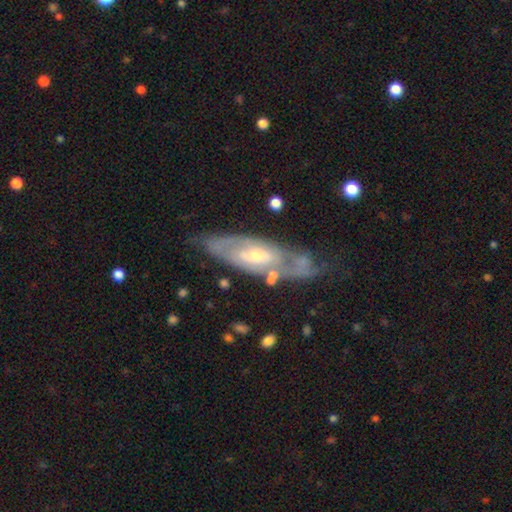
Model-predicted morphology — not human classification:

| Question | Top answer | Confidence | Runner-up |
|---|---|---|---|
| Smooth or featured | featured or disk | 80% | smooth (14%) |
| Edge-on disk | no | 81% | yes (19%) |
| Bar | no | 42% | weak (41%) |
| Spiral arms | yes | 80% | no (20%) |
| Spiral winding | tight | 54% | medium (35%) |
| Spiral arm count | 2 | 50% | can't tell (38%) |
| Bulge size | small | 53% | moderate (43%) |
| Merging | none | 64% | minor disturbance (21%) |